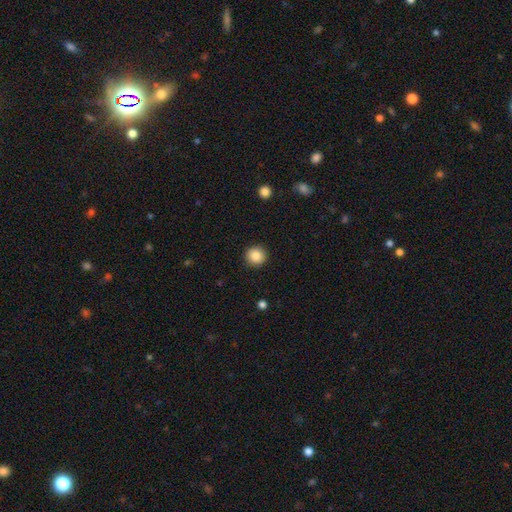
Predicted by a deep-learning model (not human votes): This is clearly a smooth galaxy (85%). How rounded: clearly round (94%). Merging: clearly none (92%).